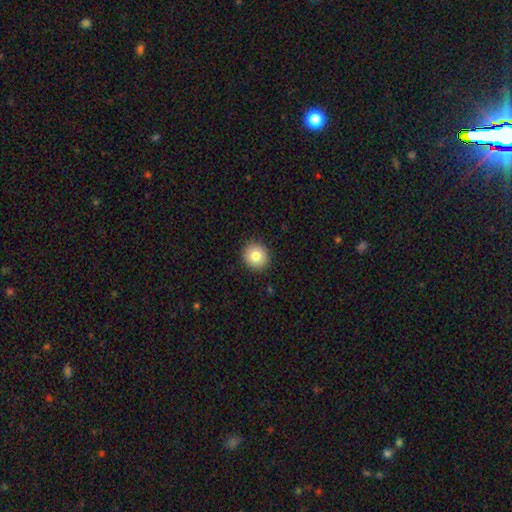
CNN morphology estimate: Smooth or featured? smooth (82%)
How rounded? round (86%)
Merging? none (91%)